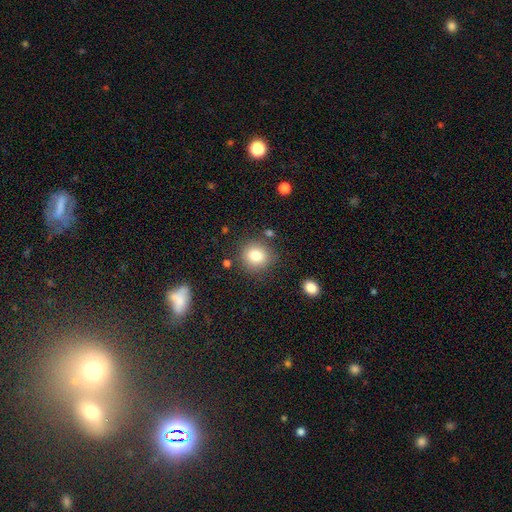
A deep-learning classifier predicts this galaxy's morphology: A smooth galaxy with no disk features (80%) that is round (87%).

Vote fractions:
- Smooth or featured? smooth: 80% / star or artifact: 11% / featured or disk: 9%
- How rounded? round: 87% / in between: 12% / cigar-shaped: 1%
- Merging? none: 83% / minor disturbance: 10% / merger: 4% / major disturbance: 3%